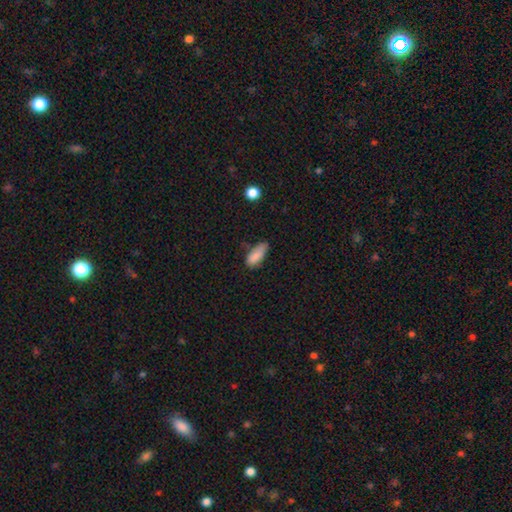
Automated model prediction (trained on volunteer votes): Overall: smooth (85%). How rounded: in between (76%). Merging: none (50%; minor disturbance 37%).